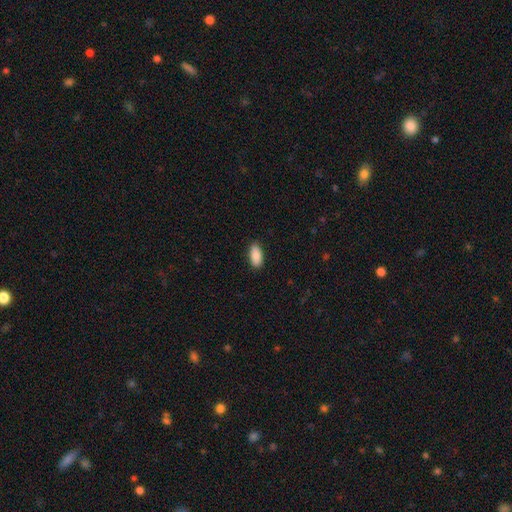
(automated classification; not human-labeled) Morphology: type=smooth (88%); roundness=in between (92%); merging=none (88%).